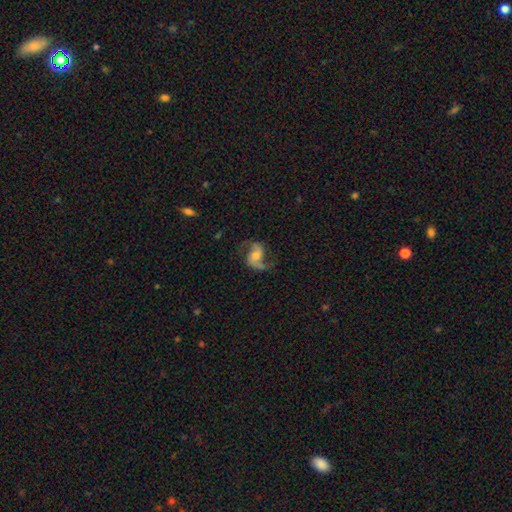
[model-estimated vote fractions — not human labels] Q: Smooth or featured?
A: featured or disk (82%); runner-up: smooth (12%)
Q: Edge-on disk?
A: no (98%); runner-up: yes (2%)
Q: Bar?
A: no (52%); runner-up: weak (36%)
Q: Spiral arms?
A: yes (95%); runner-up: no (5%)
Q: Spiral winding?
A: loose (56%); runner-up: medium (36%)
Q: Spiral arm count?
A: 2 (90%); runner-up: 1 (4%)
Q: Bulge size?
A: moderate (49%); runner-up: small (32%)
Q: Merging?
A: none (69%); runner-up: minor disturbance (16%)